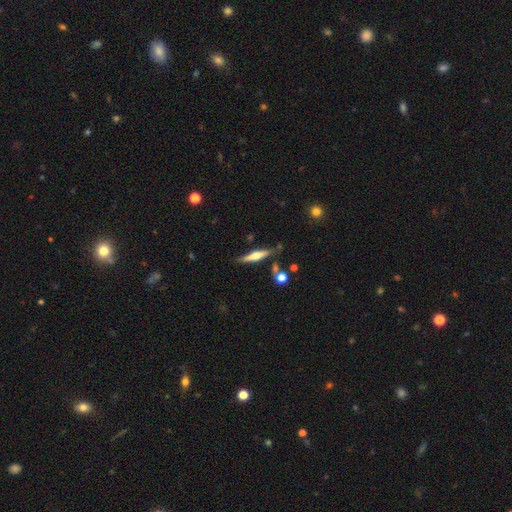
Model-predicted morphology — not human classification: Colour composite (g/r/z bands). It shows a featured or disk galaxy (62%) viewed edge-on (96%) with a rounded central bulge (86%). Merging: none (77%).